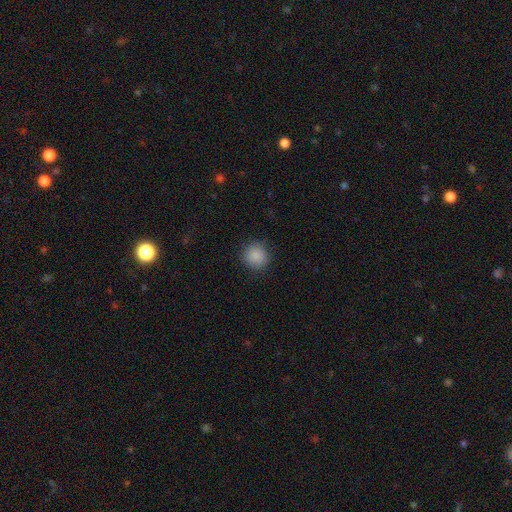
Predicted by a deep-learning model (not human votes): A smooth galaxy with no disk features (88%) that is round (91%).

Vote fractions:
- Smooth or featured? smooth: 88% / star or artifact: 9% / featured or disk: 3%
- How rounded? round: 91% / in between: 8% / cigar-shaped: 1%
- Merging? none: 88% / minor disturbance: 9% / major disturbance: 3% / merger: 1%